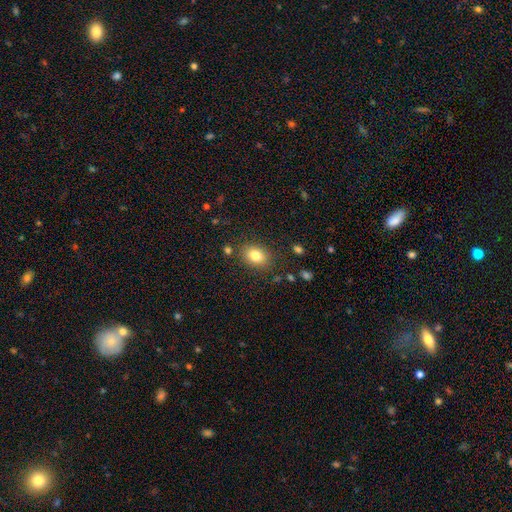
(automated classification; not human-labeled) A smooth galaxy with no disk features (81%) that is in between round and cigar-shaped (71%). Merging: none (82%).